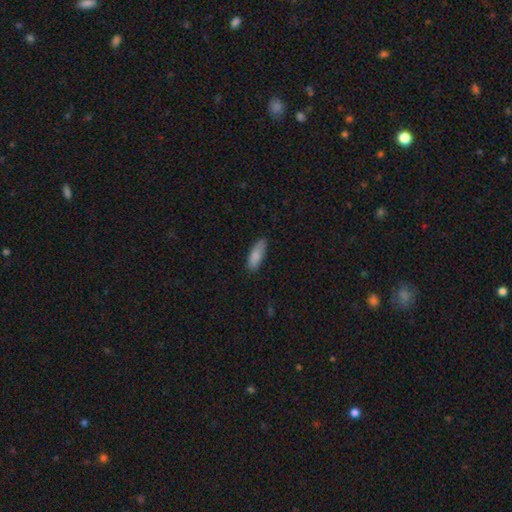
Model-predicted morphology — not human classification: smooth-or-featured: smooth: 87% | featured or disk: 7% | star or artifact: 6%
  how-rounded: in between: 59% | cigar-shaped: 40% | round: 2%
  merging: none: 80% | minor disturbance: 16% | major disturbance: 3% | merger: 1%